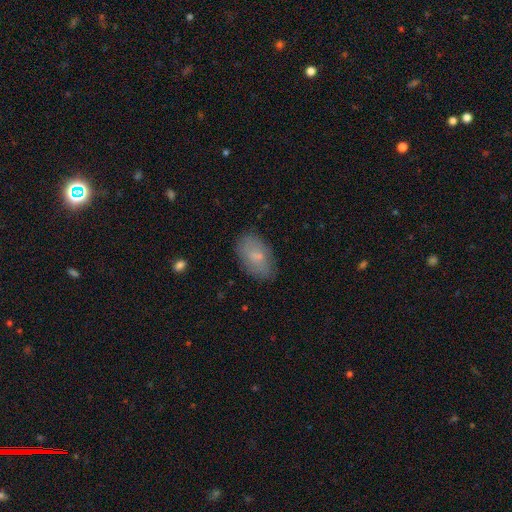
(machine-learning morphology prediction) smooth-or-featured: smooth: 73% | featured or disk: 20% | star or artifact: 7%
  how-rounded: in between: 93% | round: 5% | cigar-shaped: 2%
  merging: none: 79% | minor disturbance: 16% | major disturbance: 4% | merger: 1%